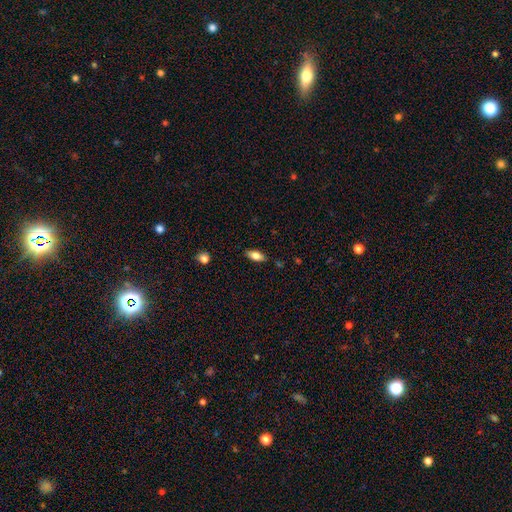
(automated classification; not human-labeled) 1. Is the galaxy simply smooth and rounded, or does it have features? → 76% smooth, 16% featured or disk, 8% star or artifact.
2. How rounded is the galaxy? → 85% in between, 12% cigar-shaped, 3% round.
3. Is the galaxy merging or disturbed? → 84% none, 12% minor disturbance, 2% major disturbance, 2% merger.